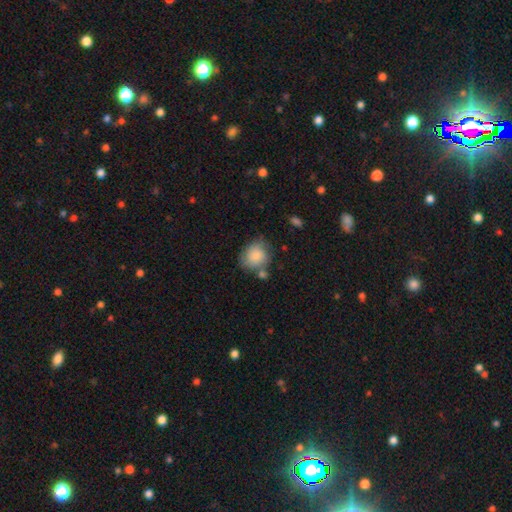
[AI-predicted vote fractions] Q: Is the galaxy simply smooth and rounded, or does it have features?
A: smooth — 76%.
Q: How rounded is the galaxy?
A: round — 67%.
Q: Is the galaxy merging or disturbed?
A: none — 57%.